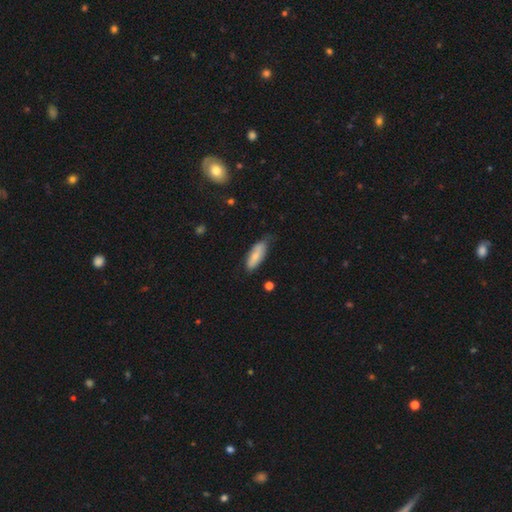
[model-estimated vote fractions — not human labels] smooth-or-featured: smooth: 74% | featured or disk: 20% | star or artifact: 6%
  how-rounded: in between: 72% | cigar-shaped: 26% | round: 2%
  merging: none: 63% | minor disturbance: 30% | major disturbance: 5% | merger: 2%